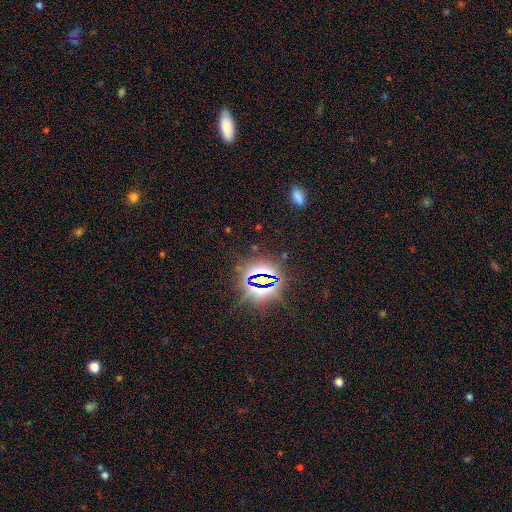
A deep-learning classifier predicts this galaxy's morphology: The model was most divided on "smooth or featured": star or artifact: 80%, smooth: 13%, featured or disk: 8%.